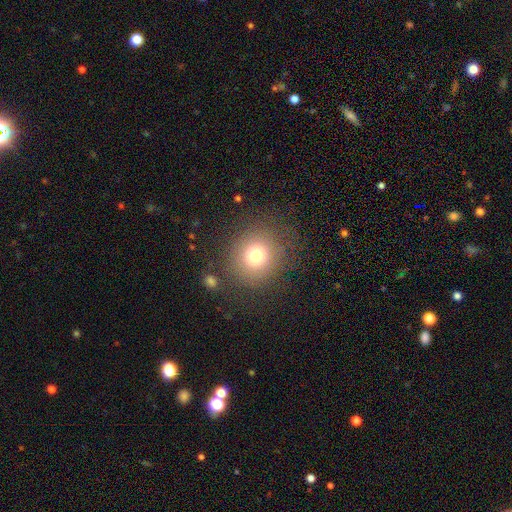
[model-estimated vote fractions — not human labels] Smooth or featured?
  - smooth: 75% *
  - star or artifact: 14%
  - featured or disk: 11%
How rounded?
  - round: 88% *
  - in between: 11%
  - cigar-shaped: 1%
Merging?
  - none: 82% *
  - minor disturbance: 10%
  - major disturbance: 6%
  - merger: 2%